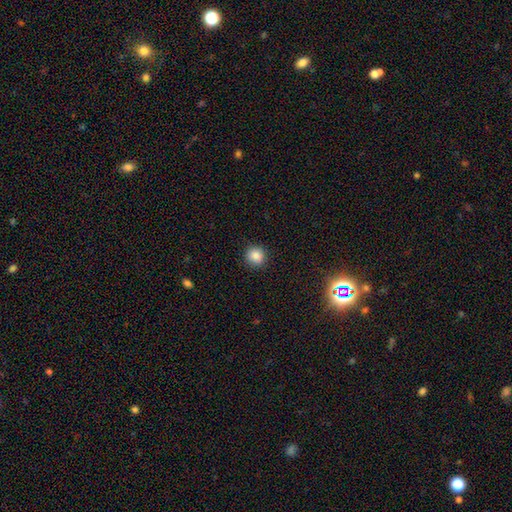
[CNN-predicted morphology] A smooth galaxy with no disk features (86%) that is round (90%). Merging: none (88%).